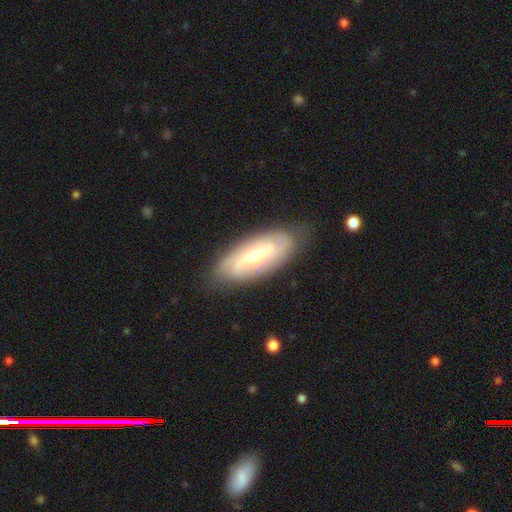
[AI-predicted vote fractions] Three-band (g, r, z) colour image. It shows a featured or disk galaxy (65%) with a weak bar (42%), spiral arms (83%) and a moderate central bulge (55%). Merging: none (78%).